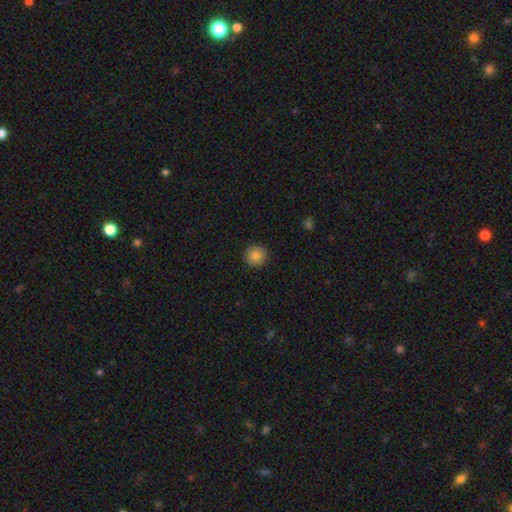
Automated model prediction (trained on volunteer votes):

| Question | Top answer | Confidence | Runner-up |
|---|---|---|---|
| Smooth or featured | smooth | 84% | star or artifact (9%) |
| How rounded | round | 95% | in between (4%) |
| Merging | none | 92% | minor disturbance (6%) |